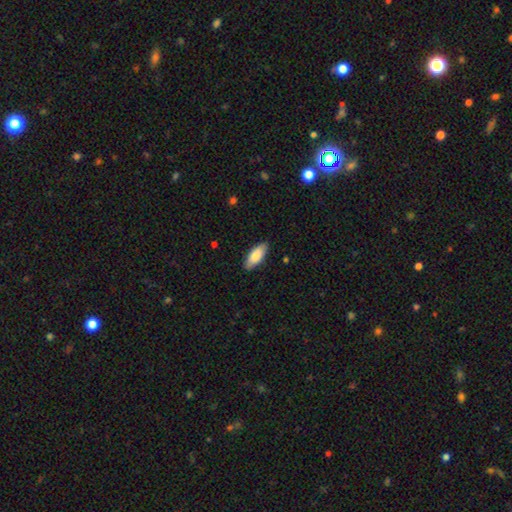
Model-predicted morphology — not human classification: Overall: smooth (83%). How rounded: in between (81%). Merging: none (86%).